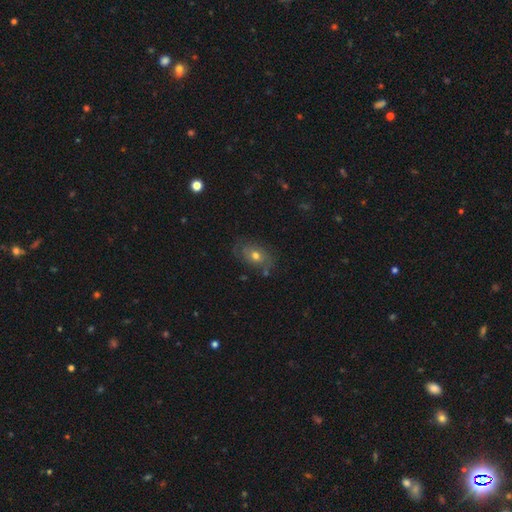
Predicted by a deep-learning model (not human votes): Smooth or featured: smooth — 50% (featured or disk — 39%)
How rounded: in between — 79% (round — 19%)
Merging: none — 68% (minor disturbance — 21%)